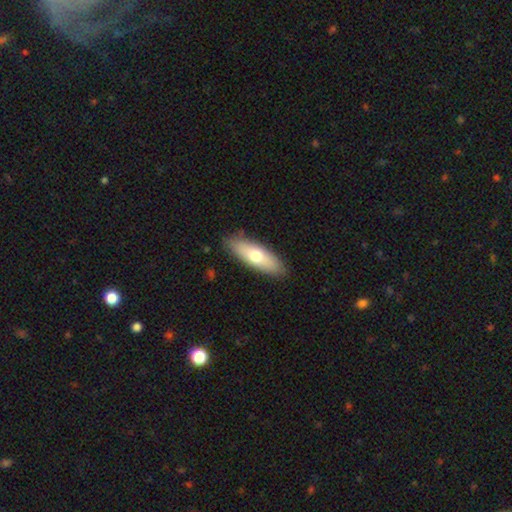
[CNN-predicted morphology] A smooth galaxy with no disk features (64%) that is in between round and cigar-shaped (58%).

Vote fractions:
- Smooth or featured? smooth: 64% / featured or disk: 30% / star or artifact: 6%
- How rounded? in between: 58% / cigar-shaped: 39% / round: 2%
- Merging? none: 86% / minor disturbance: 10% / major disturbance: 2% / merger: 1%